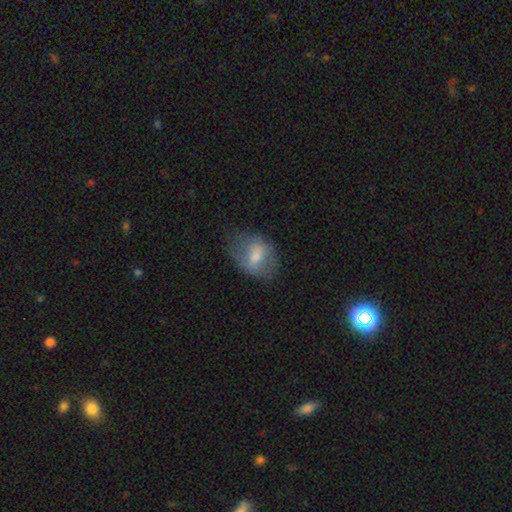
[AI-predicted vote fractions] Q: Smooth or featured?
A: smooth (61%); runner-up: featured or disk (30%)
Q: How rounded?
A: in between (74%); runner-up: round (24%)
Q: Merging?
A: none (57%); runner-up: minor disturbance (26%)